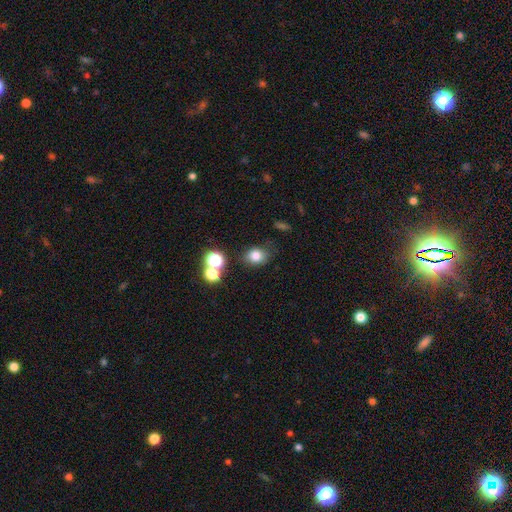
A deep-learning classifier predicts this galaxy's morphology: Smooth or featured: smooth — 77% (star or artifact — 14%)
How rounded: in between — 50% (round — 49%)
Merging: none — 73% (minor disturbance — 15%)